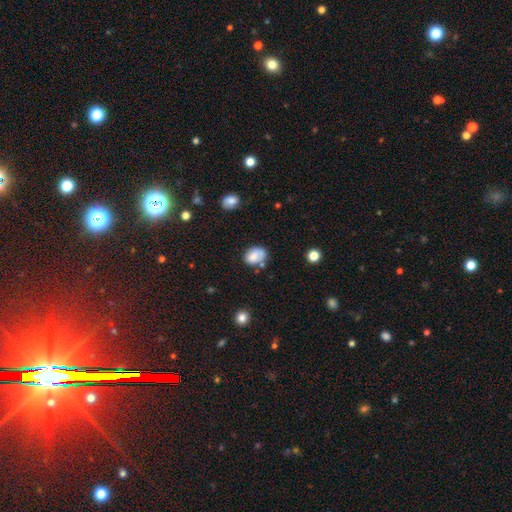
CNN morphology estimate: The model was most divided on "merging": none: 52%, minor disturbance: 25%, merger: 14%, major disturbance: 9%. More confident: smooth or featured — smooth (75%); how rounded — in between (70%).